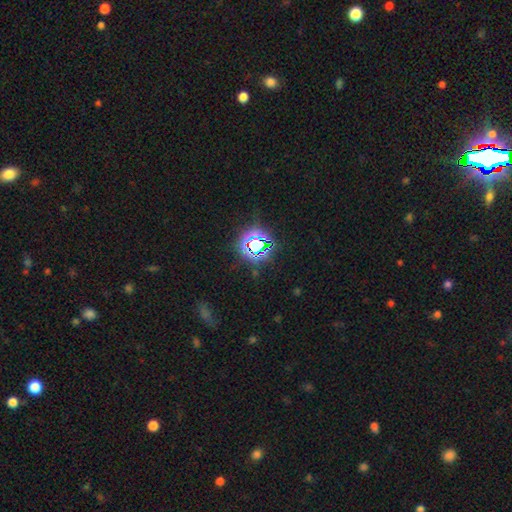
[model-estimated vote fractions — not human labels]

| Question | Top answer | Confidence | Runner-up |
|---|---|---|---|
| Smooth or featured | star or artifact | 76% | smooth (16%) |